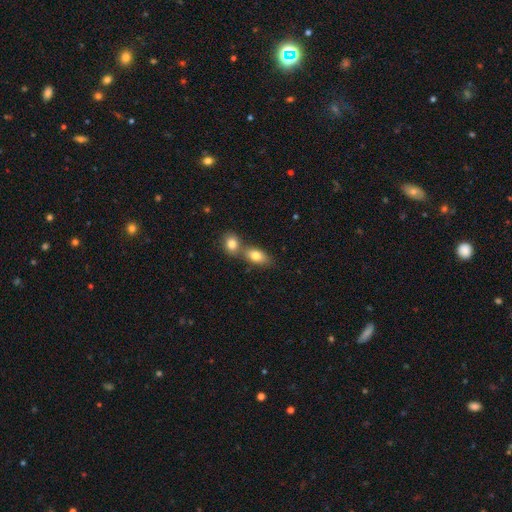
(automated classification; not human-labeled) Morphology: type=smooth (79%); roundness=in between (82%); merging=merger (50%).